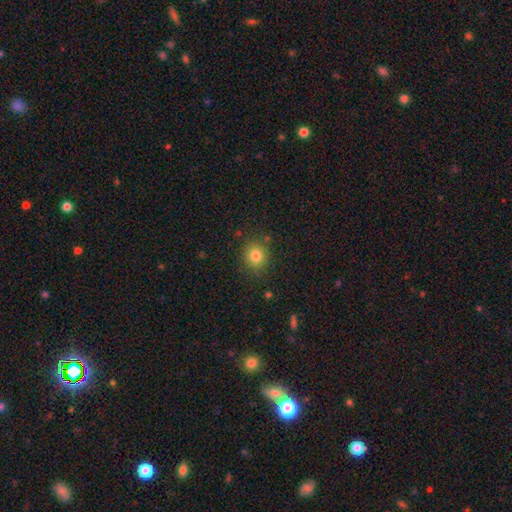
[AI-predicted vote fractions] Q: Smooth or featured?
A: smooth (81%); runner-up: star or artifact (13%)
Q: How rounded?
A: round (82%); runner-up: in between (17%)
Q: Merging?
A: none (85%); runner-up: minor disturbance (10%)